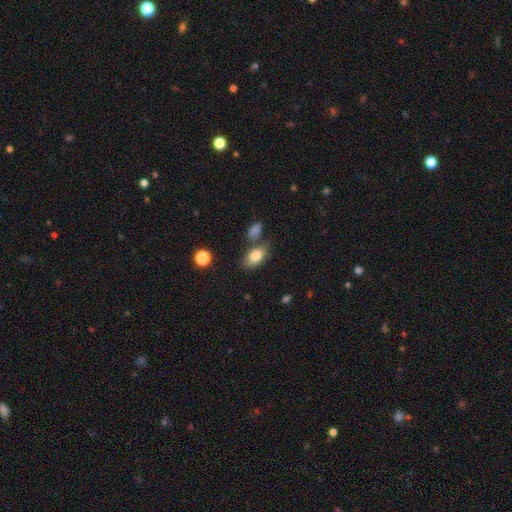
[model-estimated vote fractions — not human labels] A smooth galaxy with no disk features (81%) that is in between round and cigar-shaped (89%). Merging: none (67%).